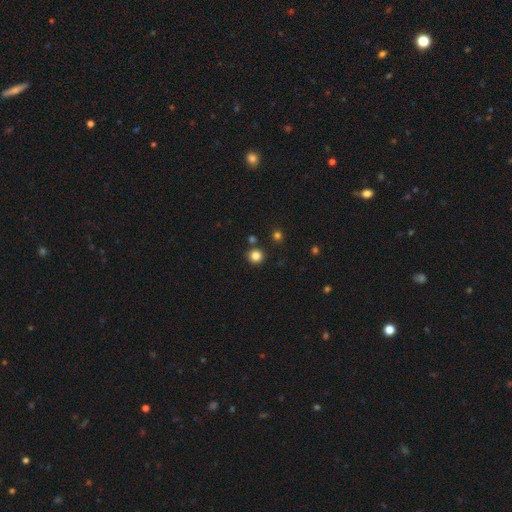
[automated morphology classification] smooth_or_featured: smooth (p=0.83) [alt: star or artifact p=0.12]
how_rounded: round (p=0.94) [alt: in between p=0.05]
merging: none (p=0.87) [alt: minor disturbance p=0.06]